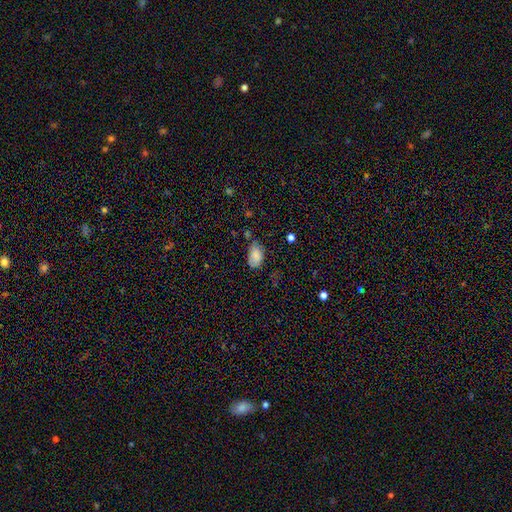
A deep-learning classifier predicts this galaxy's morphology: Overall: smooth (83%). How rounded: in between (92%). Merging: none (58%; minor disturbance 31%).